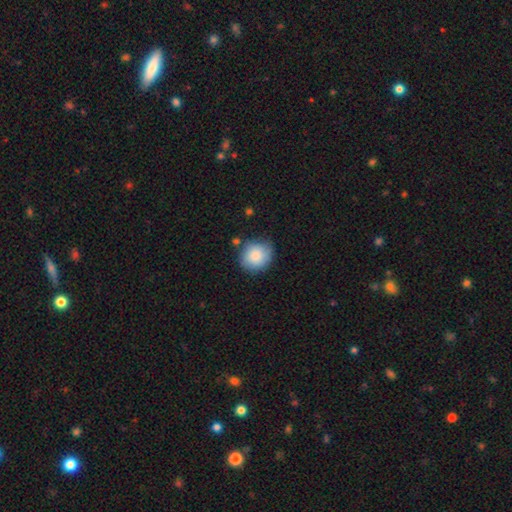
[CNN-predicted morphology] Smooth or featured: smooth — 86% (featured or disk — 7%)
How rounded: round — 82% (in between — 17%)
Merging: none — 74% (minor disturbance — 18%)